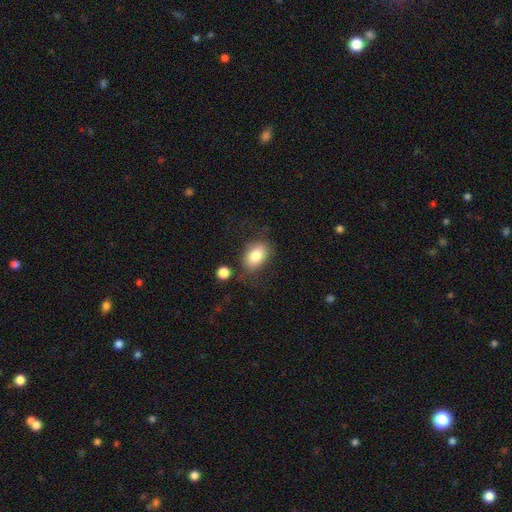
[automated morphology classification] Smooth or featured?
  - smooth: 82% *
  - featured or disk: 10%
  - star or artifact: 8%
How rounded?
  - in between: 81% *
  - round: 18%
  - cigar-shaped: 1%
Merging?
  - none: 71% *
  - minor disturbance: 17%
  - major disturbance: 7%
  - merger: 5%